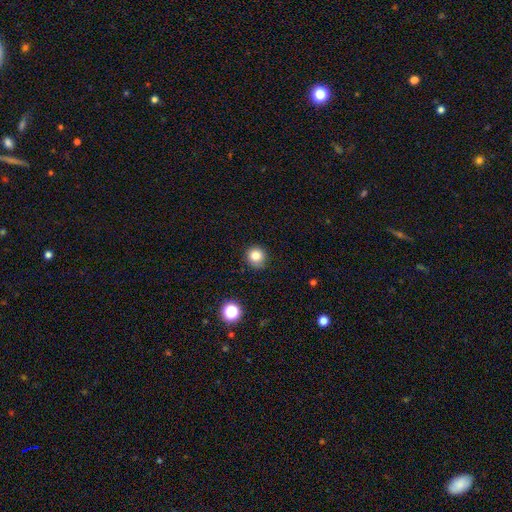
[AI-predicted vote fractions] A smooth galaxy with no disk features (82%) that is round (91%).

Vote fractions:
- Smooth or featured? smooth: 82% / star or artifact: 13% / featured or disk: 5%
- How rounded? round: 91% / in between: 8% / cigar-shaped: 1%
- Merging? none: 84% / minor disturbance: 12% / major disturbance: 3% / merger: 1%